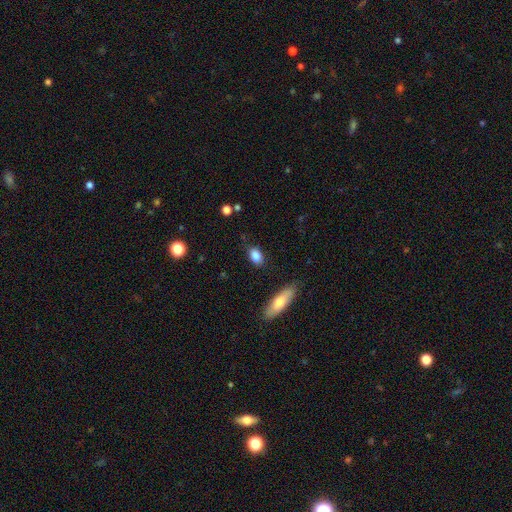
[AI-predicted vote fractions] Smooth or featured?
  - smooth: 85% *
  - star or artifact: 8%
  - featured or disk: 7%
How rounded?
  - in between: 84% *
  - round: 11%
  - cigar-shaped: 4%
Merging?
  - none: 82% *
  - minor disturbance: 13%
  - major disturbance: 3%
  - merger: 2%